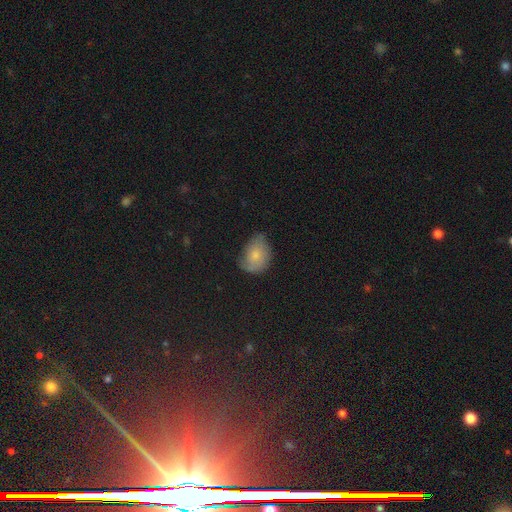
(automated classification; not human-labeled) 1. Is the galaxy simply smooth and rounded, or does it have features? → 65% smooth, 25% featured or disk, 10% star or artifact.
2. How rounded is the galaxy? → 64% in between, 34% round, 1% cigar-shaped.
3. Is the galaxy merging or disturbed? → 45% none, 39% minor disturbance, 14% major disturbance, 2% merger.